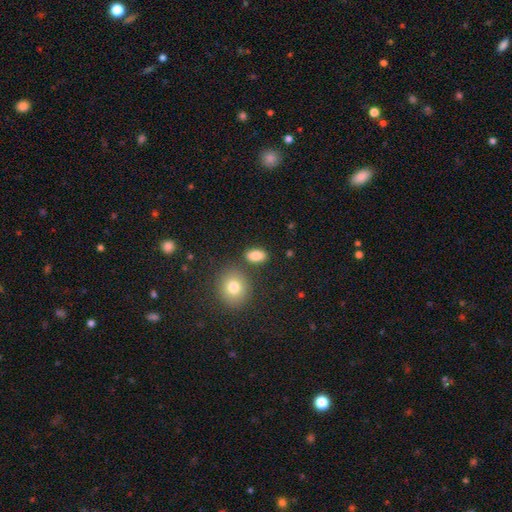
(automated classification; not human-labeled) Smooth or featured? Predicted: smooth (p=0.84). How rounded? Predicted: in between (p=0.86). Merging? Predicted: none (p=0.79).